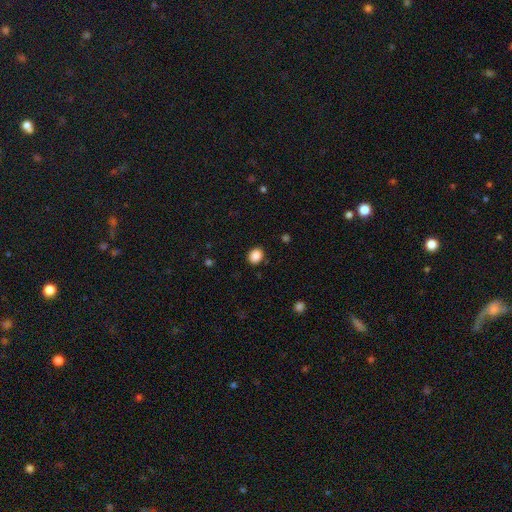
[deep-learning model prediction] A smooth galaxy with no disk features (88%) that is round (58%). Merging: none (89%).